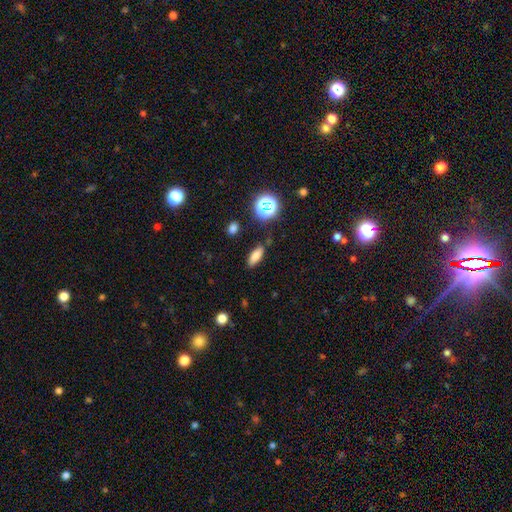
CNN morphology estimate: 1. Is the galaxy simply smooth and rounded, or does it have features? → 77% smooth, 14% star or artifact, 9% featured or disk.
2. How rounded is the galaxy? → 66% in between, 28% cigar-shaped, 6% round.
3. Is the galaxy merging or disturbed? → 83% none, 11% minor disturbance, 3% merger, 3% major disturbance.